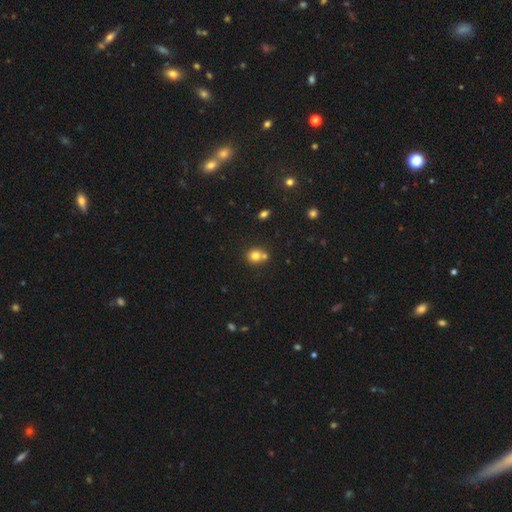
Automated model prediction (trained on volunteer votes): Smooth or featured: smooth — 77% (star or artifact — 13%)
How rounded: round — 84% (in between — 15%)
Merging: none — 52% (merger — 37%)